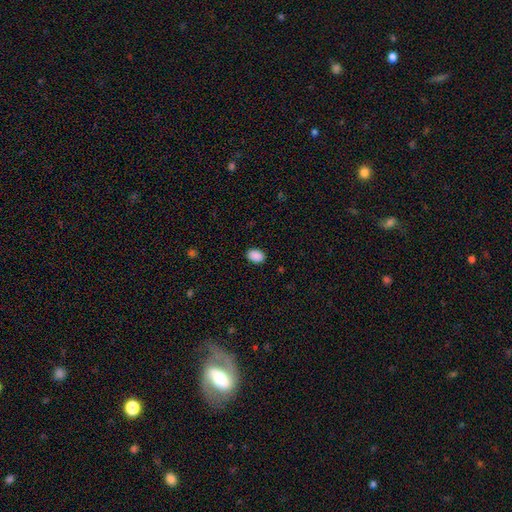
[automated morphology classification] Q: Smooth or featured?
A: smooth (90%); runner-up: star or artifact (8%)
Q: How rounded?
A: in between (82%); runner-up: round (17%)
Q: Merging?
A: none (89%); runner-up: minor disturbance (8%)